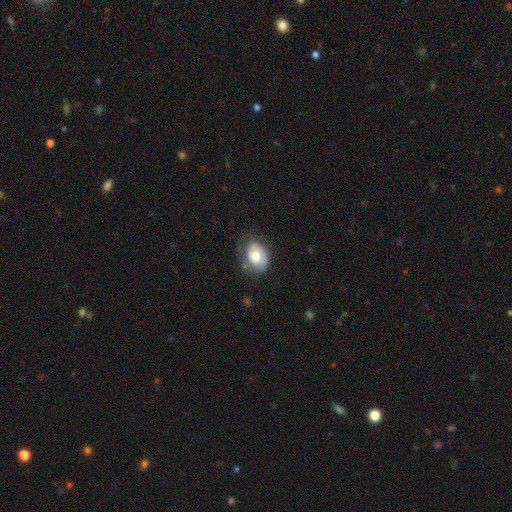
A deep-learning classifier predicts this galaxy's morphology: Smooth or featured: smooth — 58% (featured or disk — 35%)
How rounded: in between — 61% (round — 38%)
Merging: none — 60% (minor disturbance — 27%)